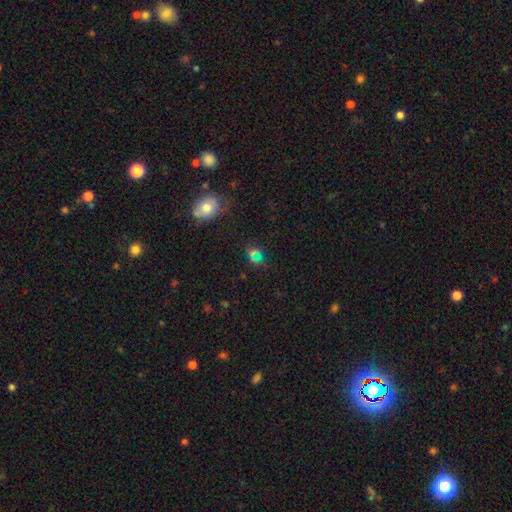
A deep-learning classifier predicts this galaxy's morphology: A smooth galaxy with no disk features (47%).

Vote fractions:
- Smooth or featured? smooth: 47% / star or artifact: 43% / featured or disk: 10%
- Merging? none: 69% / minor disturbance: 15% / major disturbance: 9% / merger: 7%